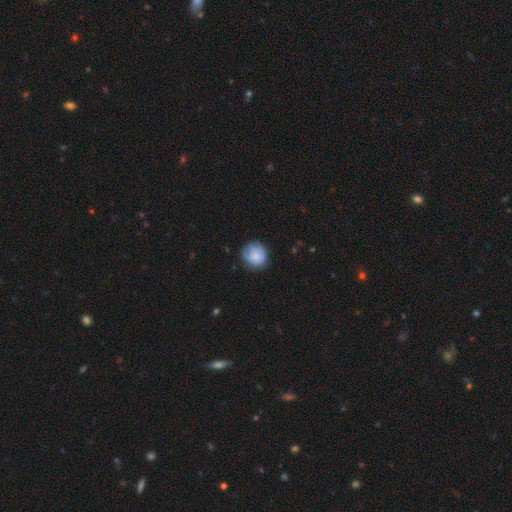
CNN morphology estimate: Smooth or featured? Predicted: smooth (p=0.77). How rounded? Predicted: round (p=0.84). Merging? Predicted: none (p=0.66).